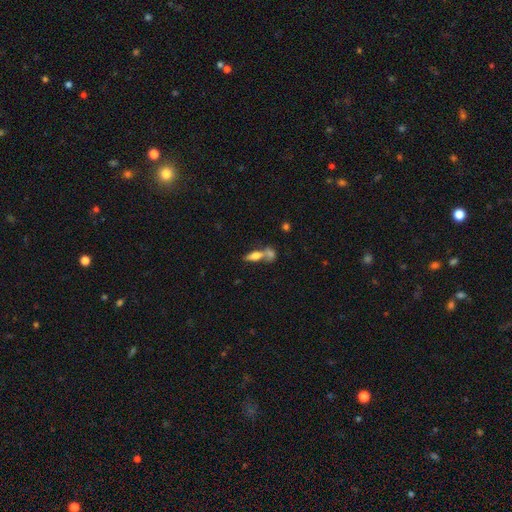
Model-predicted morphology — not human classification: Q: Smooth or featured?
A: smooth (62%); runner-up: featured or disk (27%)
Q: How rounded?
A: in between (64%); runner-up: cigar-shaped (30%)
Q: Merging?
A: merger (49%); runner-up: none (36%)